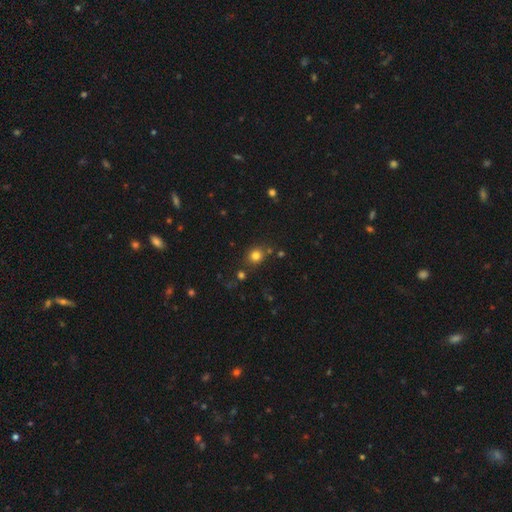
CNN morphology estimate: smooth_or_featured: smooth (p=0.78) [alt: star or artifact p=0.15]
how_rounded: round (p=0.81) [alt: in between p=0.18]
merging: none (p=0.80) [alt: minor disturbance p=0.10]